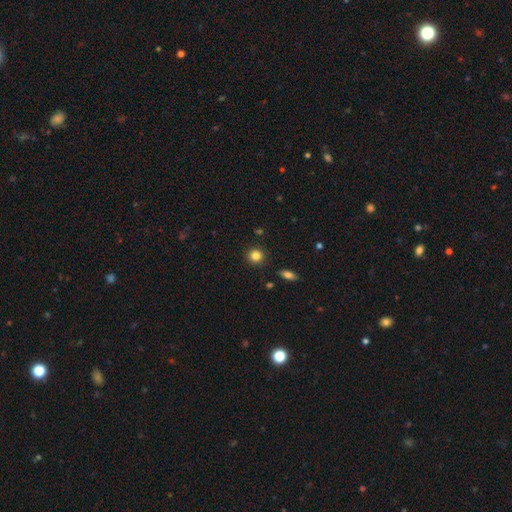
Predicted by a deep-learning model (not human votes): Morphology: type=smooth (84%); roundness=round (90%); merging=none (90%).